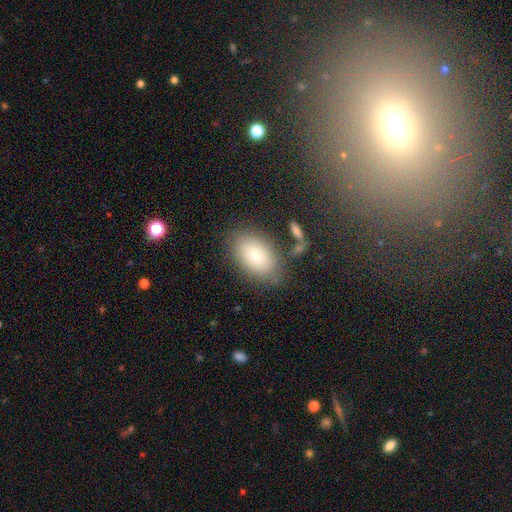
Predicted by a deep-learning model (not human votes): Smooth or featured? Predicted: smooth (p=0.78). How rounded? Predicted: in between (p=0.89). Merging? Predicted: none (p=0.75).